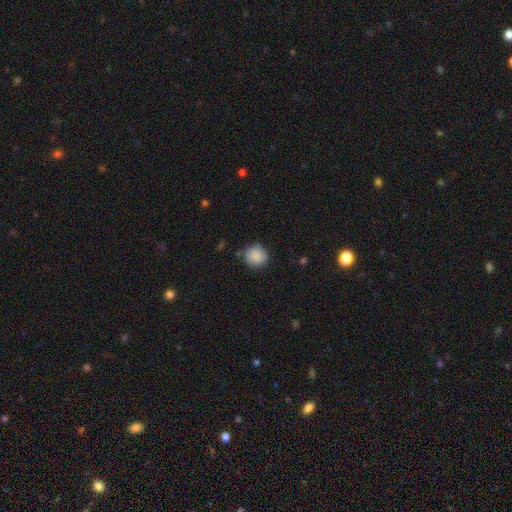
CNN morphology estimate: Smooth or featured?
  - smooth: 88% *
  - star or artifact: 8%
  - featured or disk: 4%
How rounded?
  - round: 88% *
  - in between: 11%
  - cigar-shaped: 1%
Merging?
  - none: 83% *
  - minor disturbance: 13%
  - major disturbance: 3%
  - merger: 2%